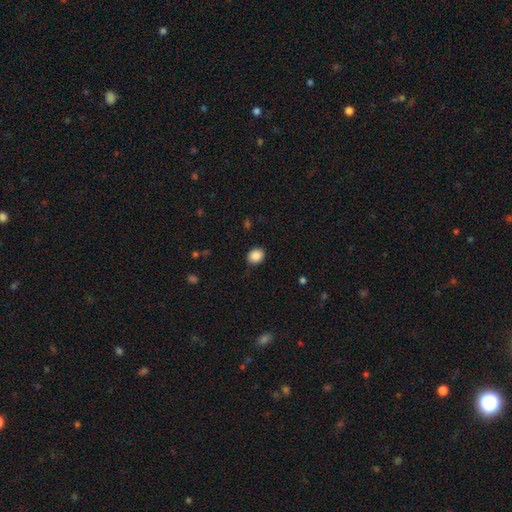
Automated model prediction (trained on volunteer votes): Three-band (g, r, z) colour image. It shows a smooth galaxy with no disk features (88%) that is round (56%). Merging: none (85%).